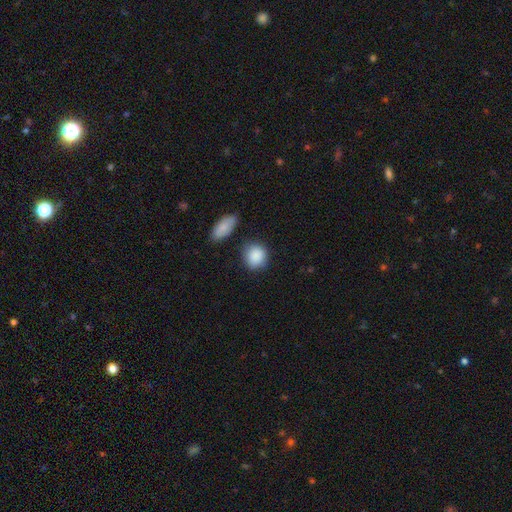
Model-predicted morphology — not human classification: Smooth or featured? Predicted: smooth (p=0.89). How rounded? Predicted: round (p=0.68). Merging? Predicted: none (p=0.76).